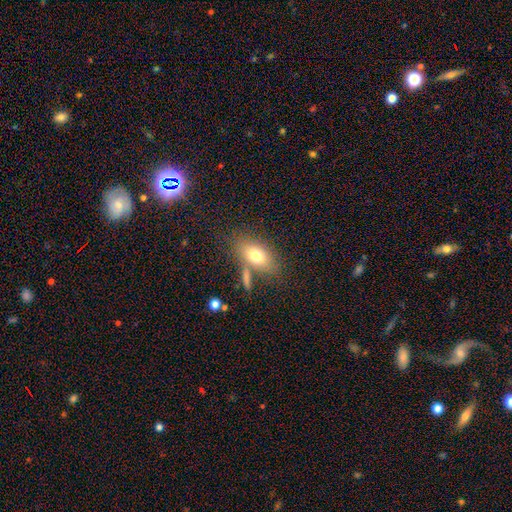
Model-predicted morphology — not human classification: A smooth galaxy with no disk features (74%) that is in between round and cigar-shaped (85%). Merging: none (65%).